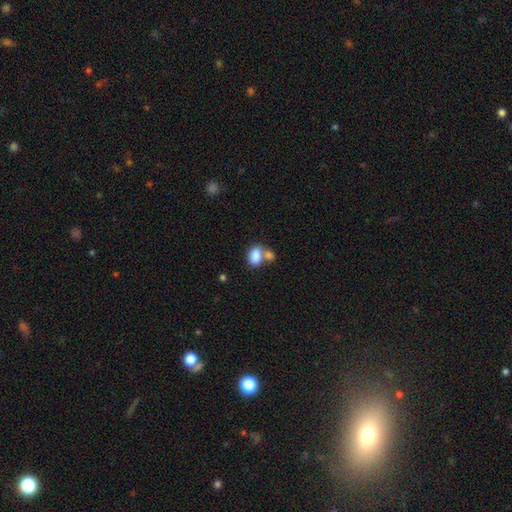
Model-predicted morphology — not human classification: smooth-or-featured: smooth: 84% | featured or disk: 8% | star or artifact: 8%
  how-rounded: in between: 85% | round: 13% | cigar-shaped: 1%
  merging: merger: 53% | none: 32% | minor disturbance: 10% | major disturbance: 5%